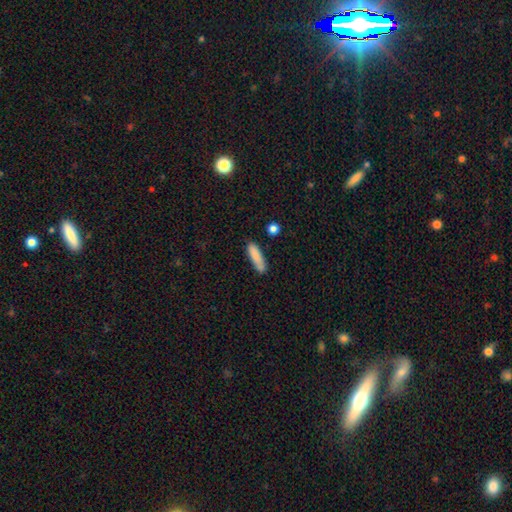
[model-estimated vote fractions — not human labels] Morphology: type=smooth (85%); roundness=cigar-shaped (69%); merging=none (73%).